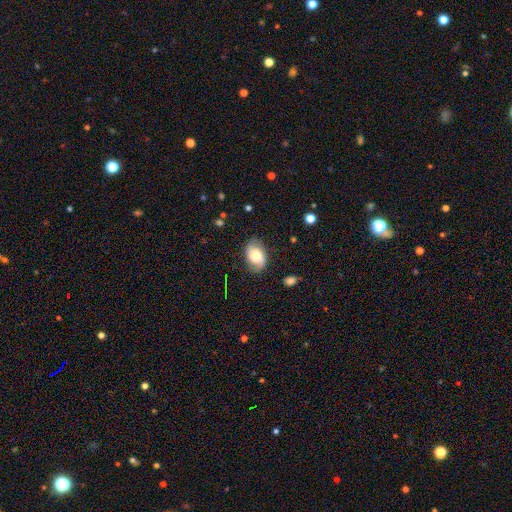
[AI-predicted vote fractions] Smooth or featured? Predicted: smooth (p=0.53). How rounded? Predicted: in between (p=0.84). Merging? Predicted: none (p=0.76).